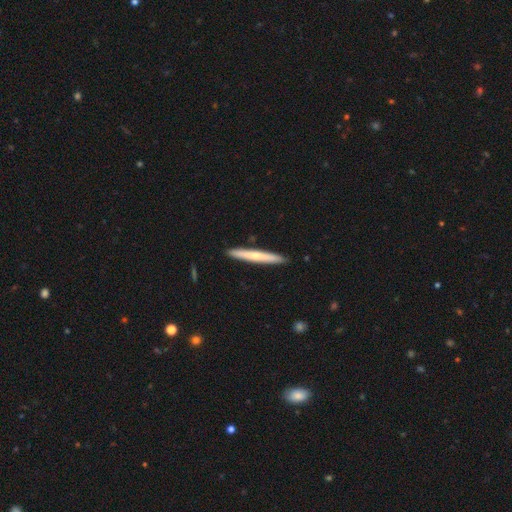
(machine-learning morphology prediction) A smooth galaxy with no disk features (58%) that is cigar-shaped (97%).

Vote fractions:
- Smooth or featured? smooth: 58% / featured or disk: 37% / star or artifact: 5%
- How rounded? cigar-shaped: 97% / in between: 2% / round: 1%
- Merging? none: 92% / minor disturbance: 6% / merger: 1% / major disturbance: 1%